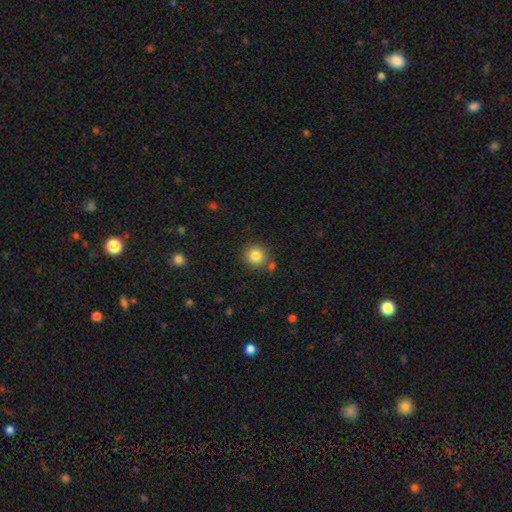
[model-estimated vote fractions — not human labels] Smooth or featured? smooth (83%)
How rounded? round (92%)
Merging? none (81%)